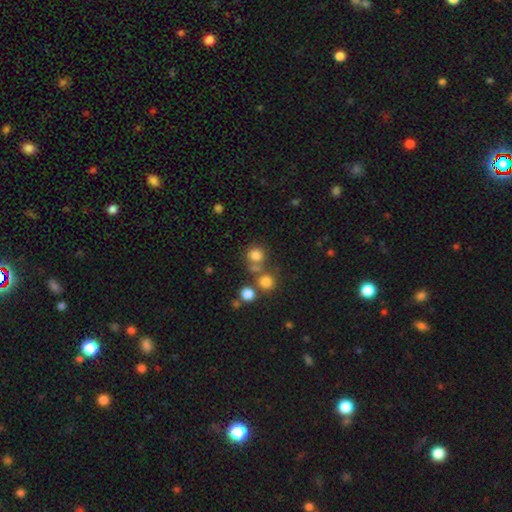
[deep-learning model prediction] Smooth or featured? smooth (77%)
How rounded? round (84%)
Merging? none (61%)